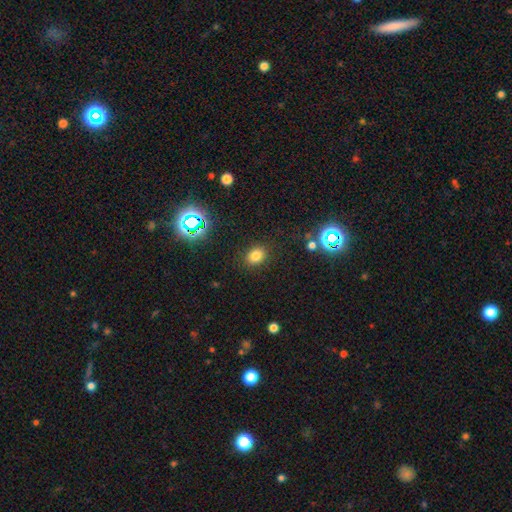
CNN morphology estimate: Q: Smooth or featured?
A: smooth (75%); runner-up: star or artifact (18%)
Q: How rounded?
A: in between (52%); runner-up: round (47%)
Q: Merging?
A: none (85%); runner-up: minor disturbance (9%)